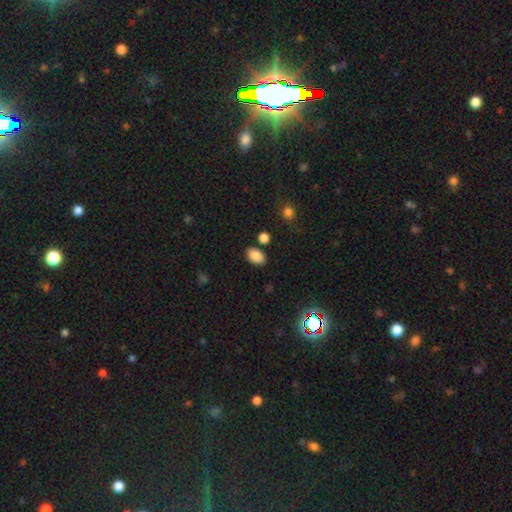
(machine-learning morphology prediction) This is clearly a smooth galaxy (87%). How rounded: clearly in between (90%). Merging: clearly none (82%).